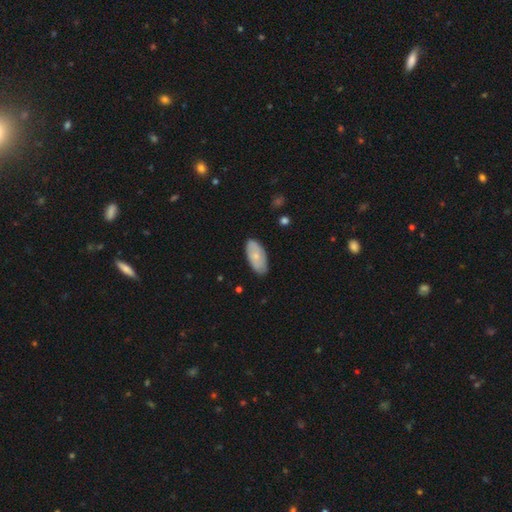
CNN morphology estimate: Smooth or featured: smooth — 67% (featured or disk — 27%)
How rounded: in between — 92% (cigar-shaped — 5%)
Merging: none — 83% (minor disturbance — 14%)